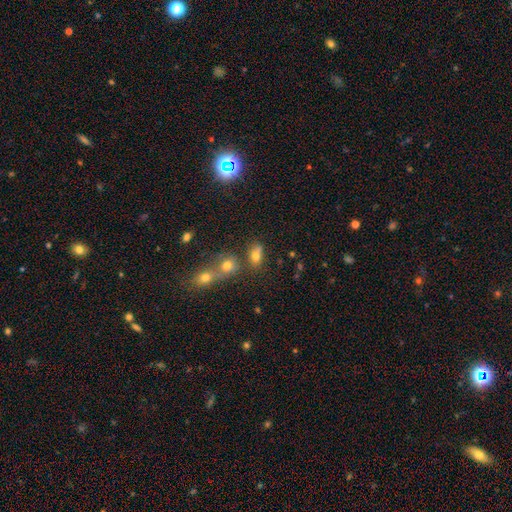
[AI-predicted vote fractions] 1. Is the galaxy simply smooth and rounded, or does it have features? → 73% smooth, 15% star or artifact, 12% featured or disk.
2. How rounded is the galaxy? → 74% in between, 23% round, 4% cigar-shaped.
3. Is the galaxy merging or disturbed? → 50% none, 33% merger, 12% minor disturbance, 5% major disturbance.